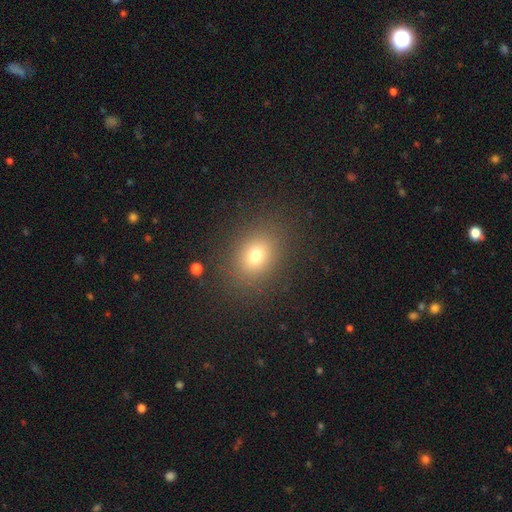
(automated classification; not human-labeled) Smooth or featured: smooth — 74% (star or artifact — 16%)
How rounded: round — 51% (in between — 48%)
Merging: none — 85% (minor disturbance — 9%)